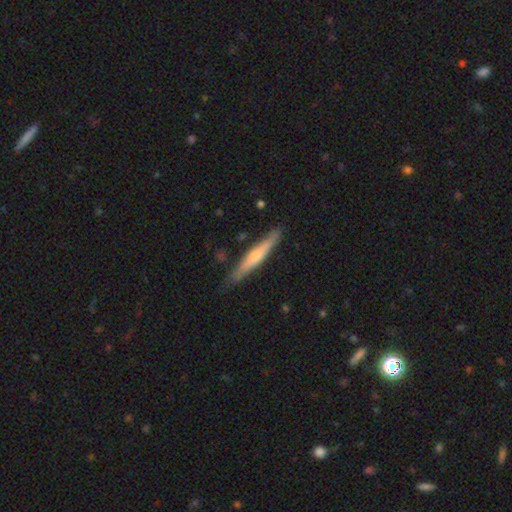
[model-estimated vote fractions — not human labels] This appears to be a smooth galaxy with no disk features (48%). Merging: none (83%).